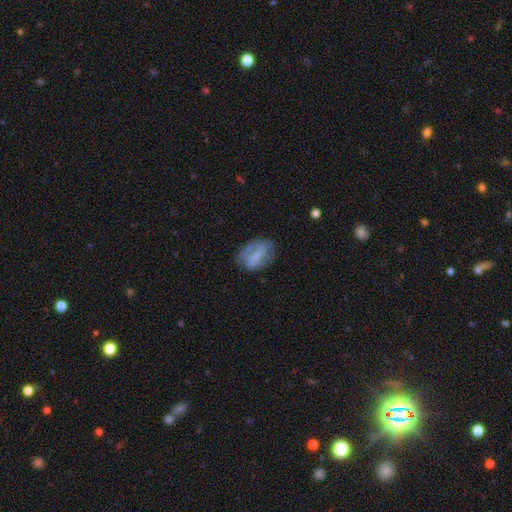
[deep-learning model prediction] A smooth galaxy with no disk features (54%) that is in between round and cigar-shaped (82%). Merging: none (62%).